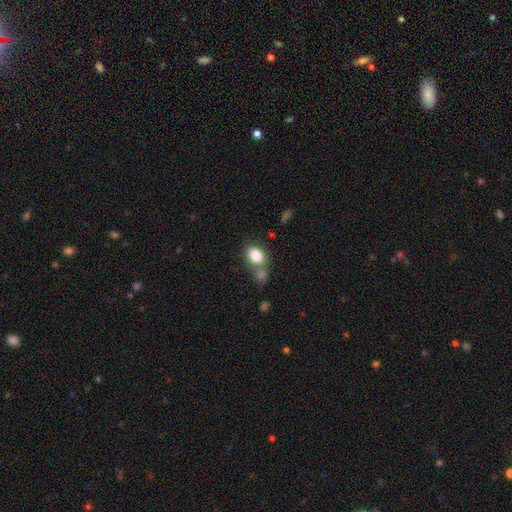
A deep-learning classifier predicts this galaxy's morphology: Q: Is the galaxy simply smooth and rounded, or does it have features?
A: smooth — 82%.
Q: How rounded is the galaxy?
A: in between — 67%.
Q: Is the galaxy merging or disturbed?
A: none — 52%.